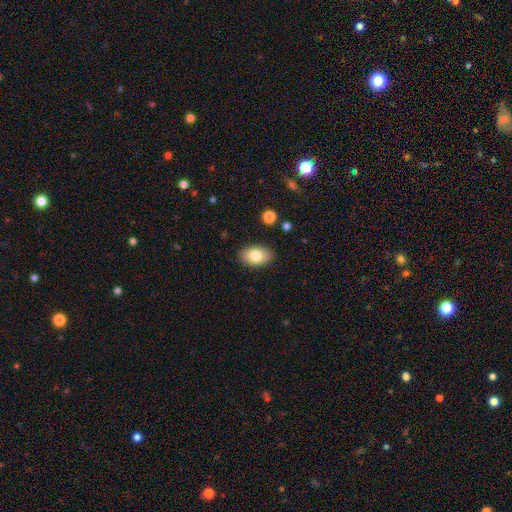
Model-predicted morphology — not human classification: The model was most divided on "smooth or featured": smooth: 82%, featured or disk: 11%, star or artifact: 7%. More confident: how rounded — in between (90%); merging — none (87%).